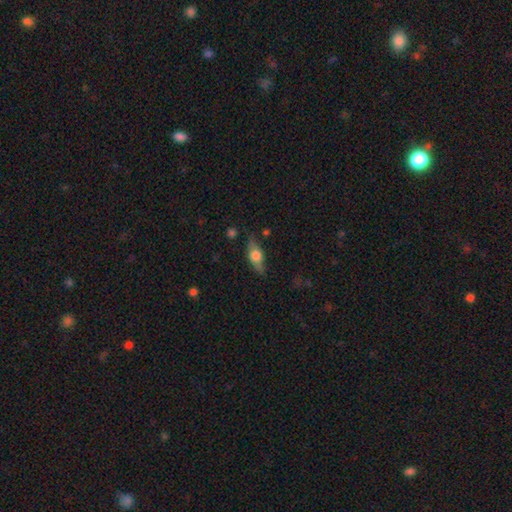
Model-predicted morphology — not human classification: A smooth galaxy with no disk features (53%) that is in between round and cigar-shaped (69%). Merging: none (74%).